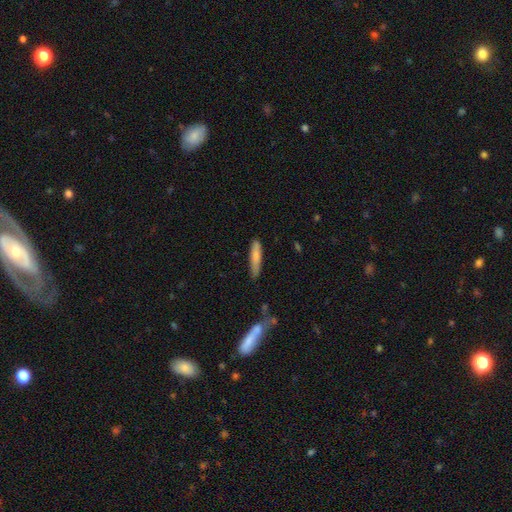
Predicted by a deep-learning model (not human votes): smooth_or_featured: smooth (p=0.79) [alt: featured or disk p=0.16]
how_rounded: cigar-shaped (p=0.84) [alt: in between p=0.14]
merging: none (p=0.74) [alt: minor disturbance p=0.21]